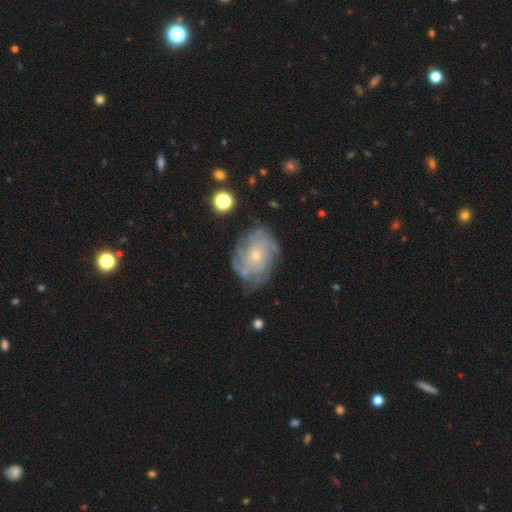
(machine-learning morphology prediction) This appears to be a featured or disk galaxy (81%) with no bar (82%), tight (64%) spiral arms (94%) and a small central bulge (76%). Merging: none (74%).